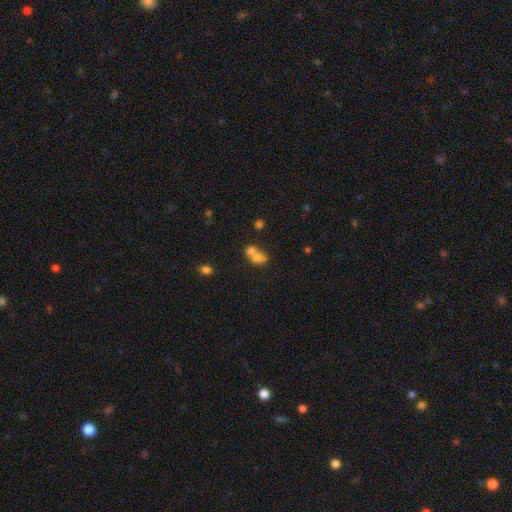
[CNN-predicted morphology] type=smooth (64%); roundness=round (51%); merging=merger (66%).